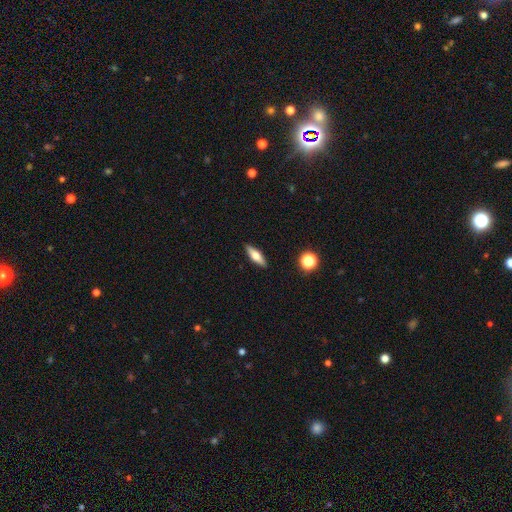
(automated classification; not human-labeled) Smooth or featured? smooth (53%)
How rounded? cigar-shaped (52%)
Merging? none (89%)